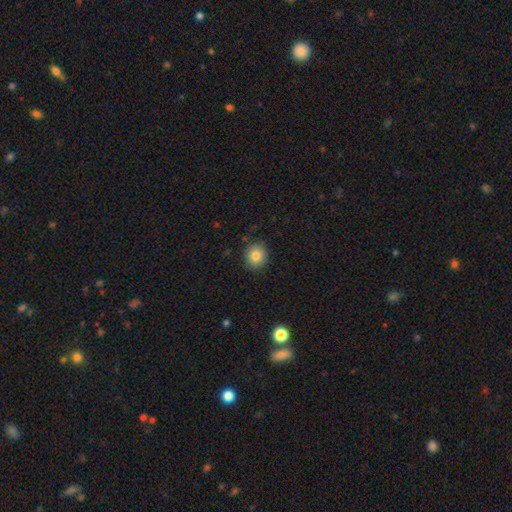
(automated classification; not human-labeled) Smooth or featured?
  - smooth: 83% *
  - star or artifact: 10%
  - featured or disk: 8%
How rounded?
  - round: 80% *
  - in between: 19%
  - cigar-shaped: 1%
Merging?
  - none: 88% *
  - minor disturbance: 9%
  - major disturbance: 2%
  - merger: 1%